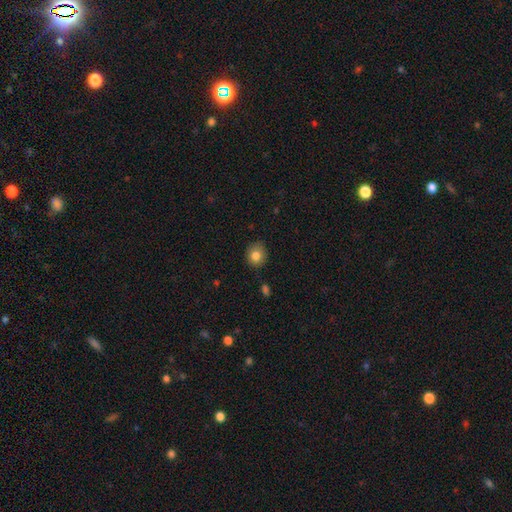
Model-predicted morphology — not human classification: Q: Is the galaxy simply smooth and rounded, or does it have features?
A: smooth — 82%.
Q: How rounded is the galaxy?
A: round — 78%.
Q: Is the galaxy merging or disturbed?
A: none — 82%.